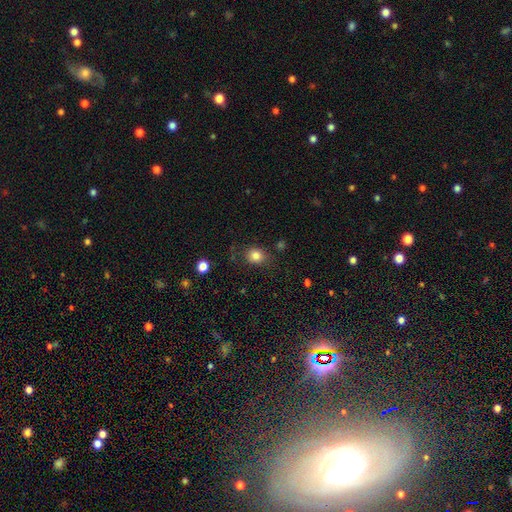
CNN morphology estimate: Overall: smooth (83%). How rounded: round (71%). Merging: none (79%).